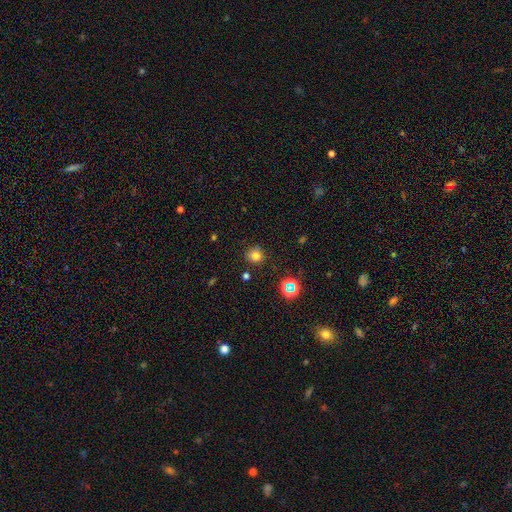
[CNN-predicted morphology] This appears to be a smooth galaxy with no disk features (74%) that is round (87%). Merging: none (80%).